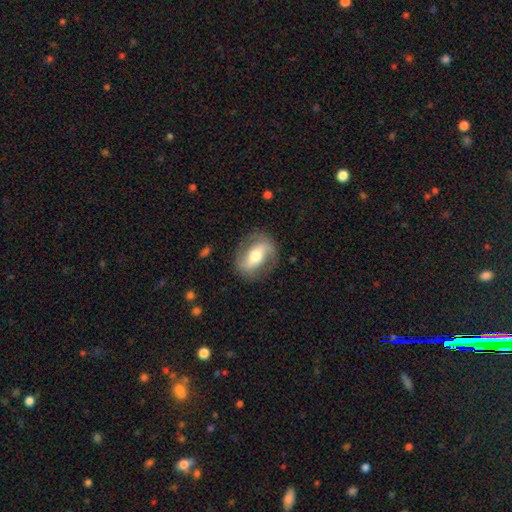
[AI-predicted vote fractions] Smooth or featured?
  - featured or disk: 68% *
  - smooth: 26%
  - star or artifact: 6%
Edge-on disk?
  - no: 91% *
  - yes: 9%
Bar?
  - strong: 47% *
  - weak: 31%
  - no: 22%
Spiral arms?
  - yes: 71% *
  - no: 29%
Bulge size?
  - moderate: 66% *
  - large: 18%
  - small: 12%
  - dominant: 2%
  - none: 1%
Merging?
  - none: 81% *
  - minor disturbance: 12%
  - major disturbance: 6%
  - merger: 1%